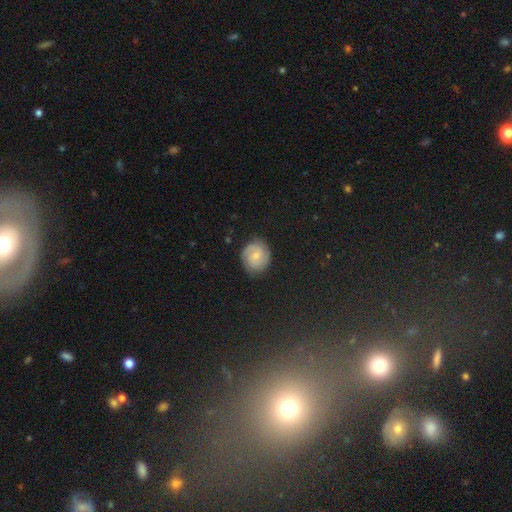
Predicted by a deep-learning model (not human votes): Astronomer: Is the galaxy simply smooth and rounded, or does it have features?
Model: featured or disk — 64%.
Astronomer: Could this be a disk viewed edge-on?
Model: no — 98%.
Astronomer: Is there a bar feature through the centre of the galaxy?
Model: no — 48% (runner-up: weak, 45%).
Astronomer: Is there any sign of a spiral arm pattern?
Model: yes — 93%.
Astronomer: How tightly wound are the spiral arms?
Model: tight — 50% (runner-up: medium, 39%).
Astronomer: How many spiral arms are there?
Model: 2 — 65%.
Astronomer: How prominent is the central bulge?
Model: small — 65%.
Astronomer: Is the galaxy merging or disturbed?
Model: none — 82%.